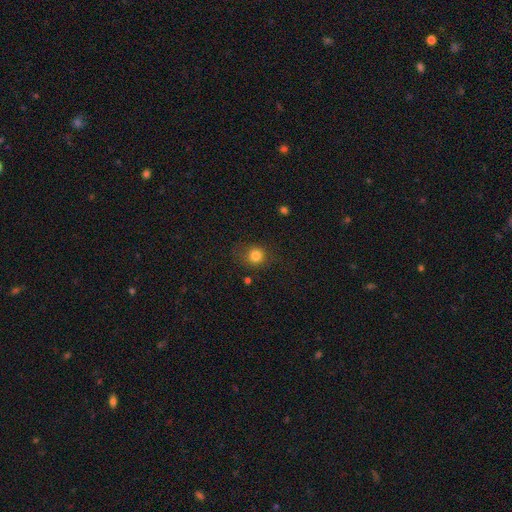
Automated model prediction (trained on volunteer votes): A smooth galaxy with no disk features (81%) that is round (84%). Merging: none (77%).